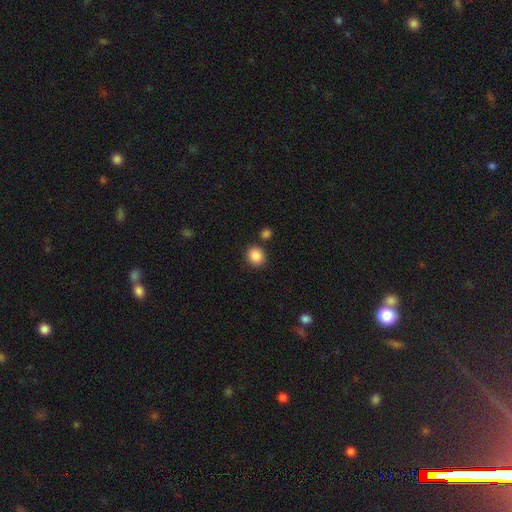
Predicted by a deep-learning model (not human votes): Smooth or featured? Predicted: smooth (p=0.88). How rounded? Predicted: round (p=0.74). Merging? Predicted: none (p=0.81).